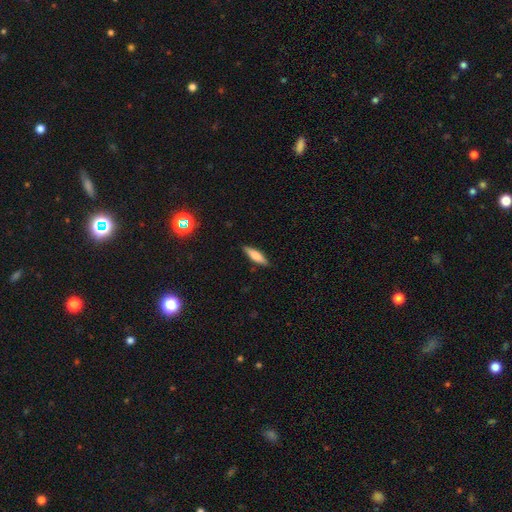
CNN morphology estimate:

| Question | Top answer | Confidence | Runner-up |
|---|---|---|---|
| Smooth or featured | smooth | 65% | featured or disk (28%) |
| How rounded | cigar-shaped | 64% | in between (34%) |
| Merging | none | 88% | minor disturbance (9%) |